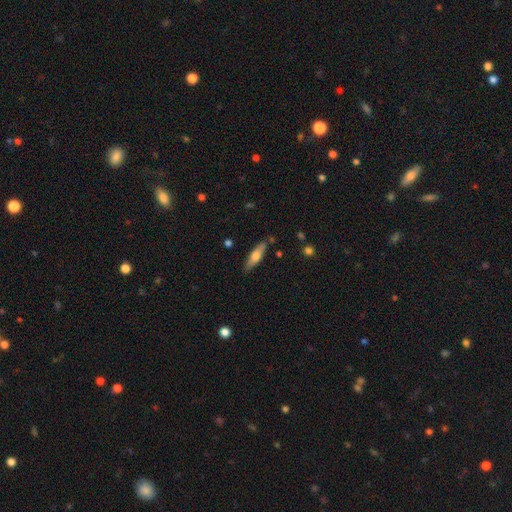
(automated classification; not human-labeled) Smooth or featured?
  - smooth: 60% *
  - featured or disk: 35%
  - star or artifact: 6%
How rounded?
  - cigar-shaped: 61% *
  - in between: 36%
  - round: 2%
Merging?
  - none: 82% *
  - minor disturbance: 12%
  - merger: 3%
  - major disturbance: 2%